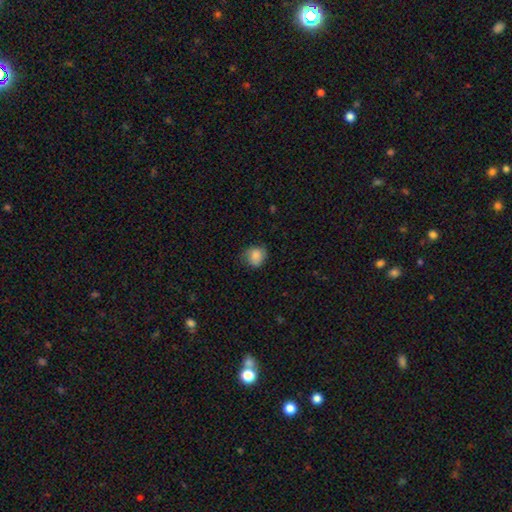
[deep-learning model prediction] smooth-or-featured: smooth: 85% | star or artifact: 8% | featured or disk: 7%
  how-rounded: round: 72% | in between: 27% | cigar-shaped: 1%
  merging: none: 66% | minor disturbance: 26% | major disturbance: 7% | merger: 1%